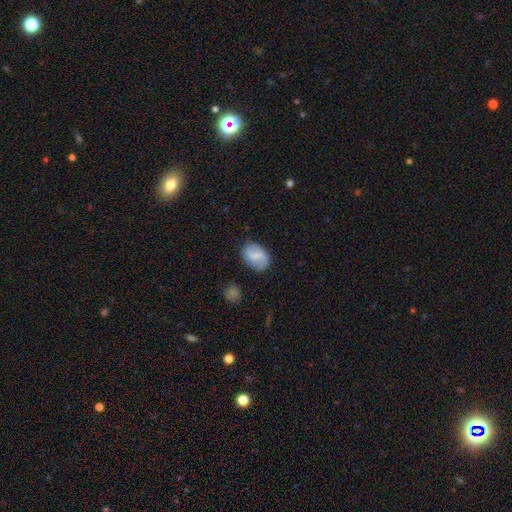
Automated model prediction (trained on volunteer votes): A smooth galaxy with no disk features (53%) that is in between round and cigar-shaped (76%). Merging: none (76%).